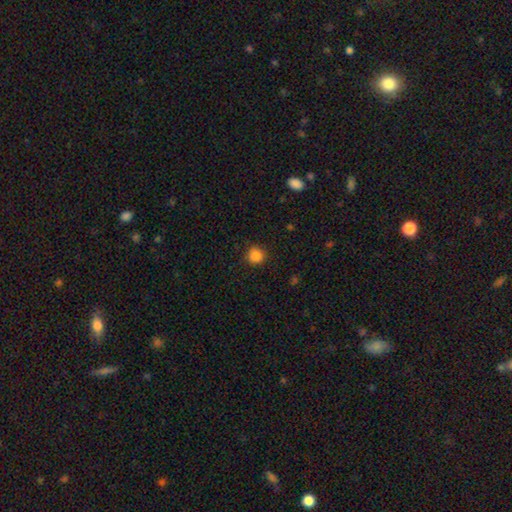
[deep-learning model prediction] This is clearly a smooth galaxy (86%). How rounded: clearly round (92%). Merging: clearly none (88%).